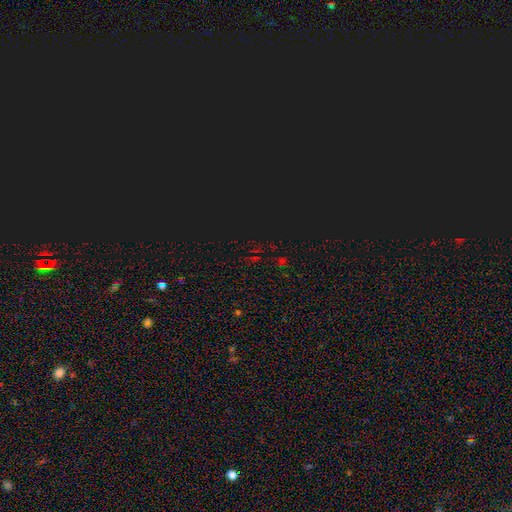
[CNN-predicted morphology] smooth-or-featured: star or artifact: 77% | smooth: 16% | featured or disk: 7%